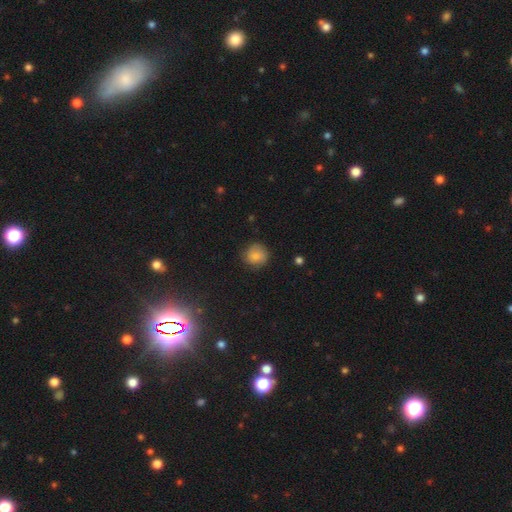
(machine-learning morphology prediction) Smooth or featured: smooth — 81% (featured or disk — 10%)
How rounded: round — 89% (in between — 10%)
Merging: none — 78% (minor disturbance — 17%)